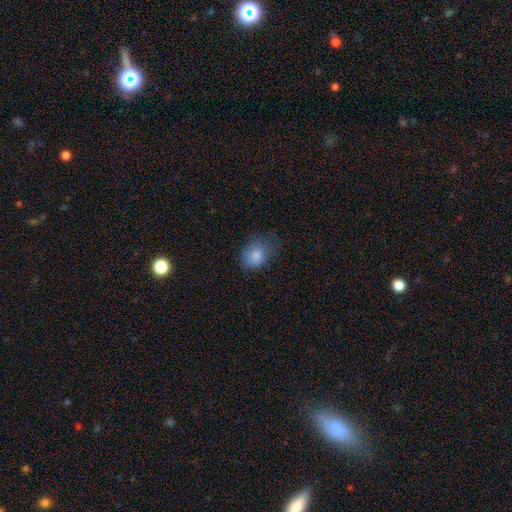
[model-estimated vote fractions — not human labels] The model was most divided on "how rounded": in between: 55%, round: 44%, cigar-shaped: 1%. More confident: smooth or featured — smooth (83%); merging — none (56%).